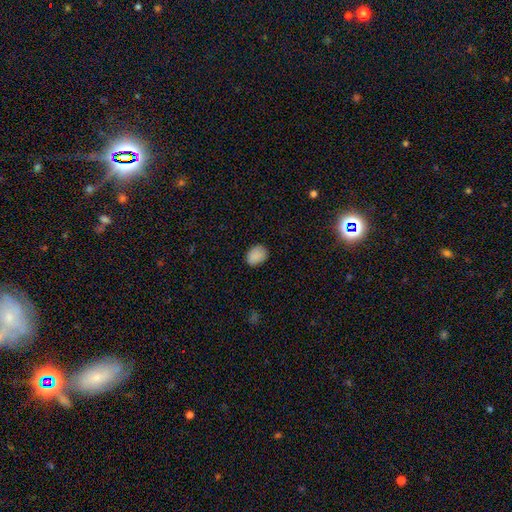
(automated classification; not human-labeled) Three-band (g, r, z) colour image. It shows a smooth galaxy with no disk features (88%) that is in between round and cigar-shaped (61%). Merging: none (83%).